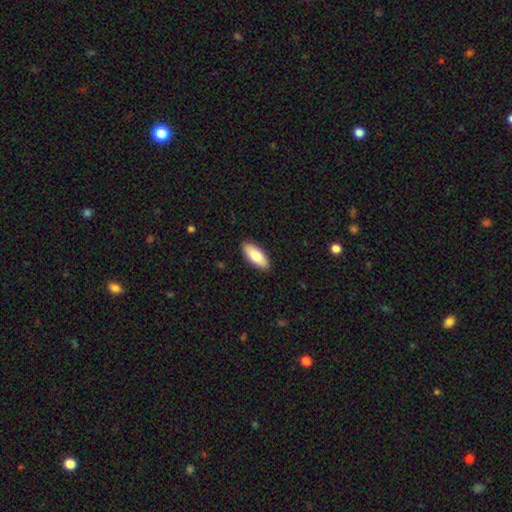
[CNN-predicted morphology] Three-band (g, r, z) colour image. It shows a smooth galaxy with no disk features (80%) that is in between round and cigar-shaped (84%). Merging: none (90%).